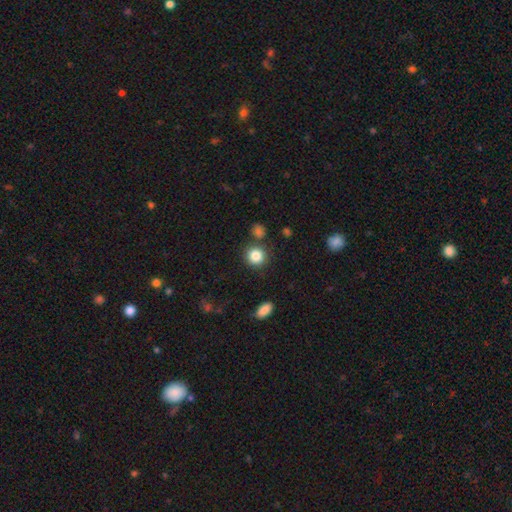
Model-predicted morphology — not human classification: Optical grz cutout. It shows a smooth galaxy with no disk features (85%) that is round (89%). Merging: none (81%).